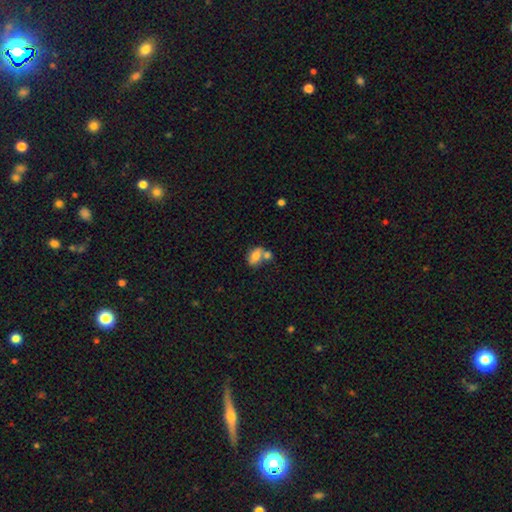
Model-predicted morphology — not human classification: smooth_or_featured: smooth (p=0.71) [alt: featured or disk p=0.20]
how_rounded: in between (p=0.80) [alt: round p=0.18]
merging: merger (p=0.48) [alt: none p=0.33]